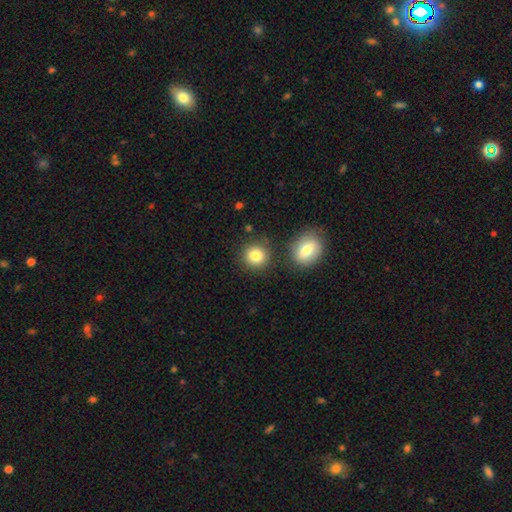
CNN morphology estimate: Smooth or featured? smooth (83%)
How rounded? round (88%)
Merging? none (79%)